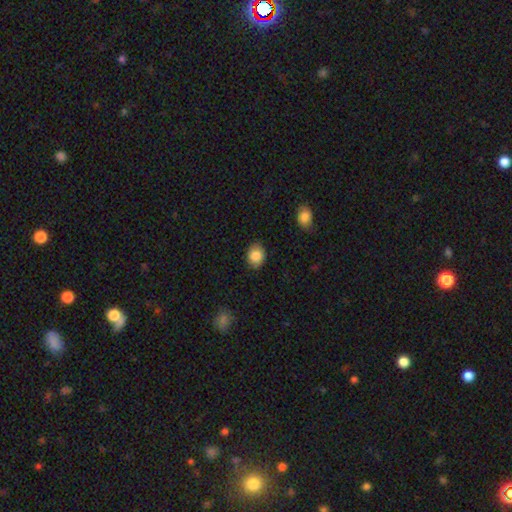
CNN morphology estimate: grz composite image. It shows a smooth galaxy with no disk features (85%) that is in between round and cigar-shaped (60%). Merging: none (85%).